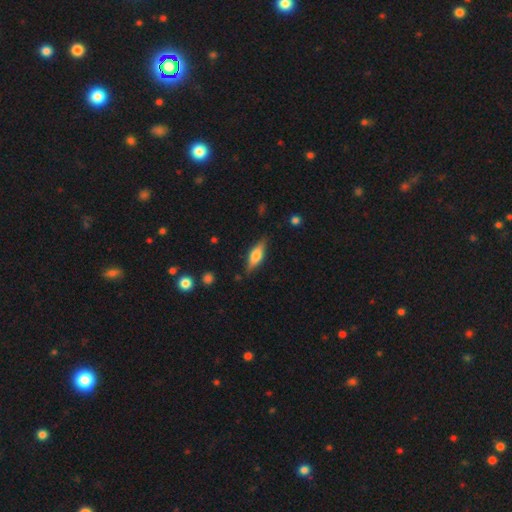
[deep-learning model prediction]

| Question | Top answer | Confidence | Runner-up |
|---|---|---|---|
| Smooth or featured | smooth | 50% | featured or disk (44%) |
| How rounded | in between | 54% | cigar-shaped (44%) |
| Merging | none | 83% | minor disturbance (13%) |